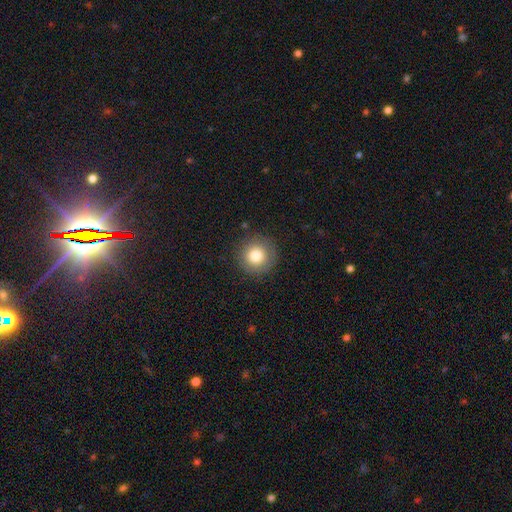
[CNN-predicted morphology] This appears to be a smooth galaxy with no disk features (81%) that is round (95%). Merging: none (88%).